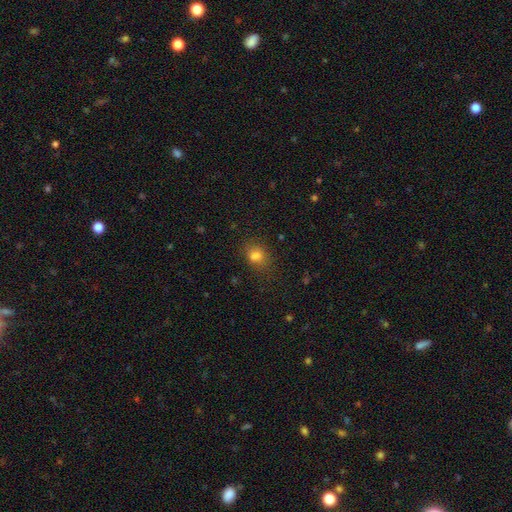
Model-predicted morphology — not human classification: Overall: smooth (79%). How rounded: in between (54%; round 45%). Merging: none (70%).